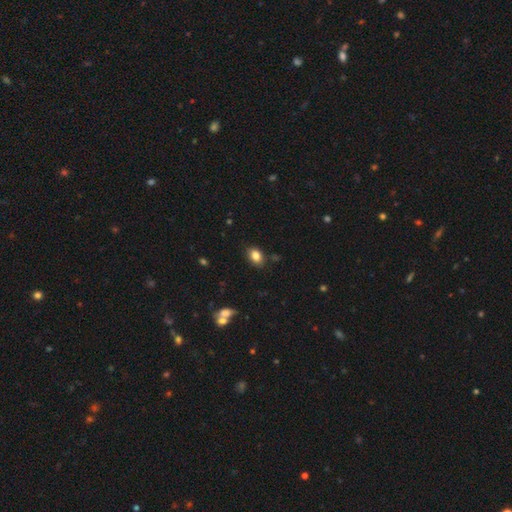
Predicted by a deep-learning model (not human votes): Smooth or featured: smooth — 83% (star or artifact — 10%)
How rounded: in between — 77% (round — 22%)
Merging: none — 83% (minor disturbance — 13%)